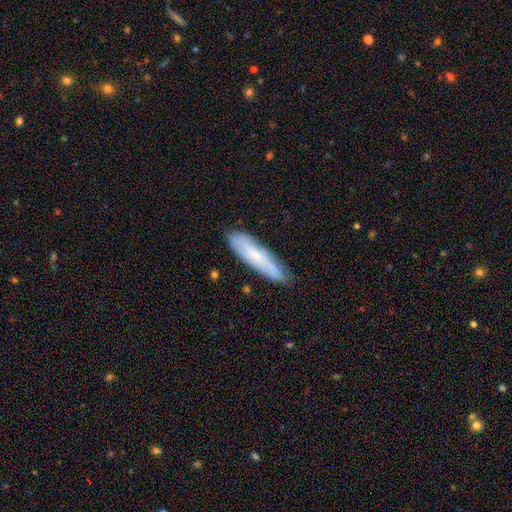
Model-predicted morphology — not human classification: smooth 63%, featured or disk 30%, star or artifact 7%. Down the decision tree: how rounded — cigar-shaped (76%); merging — none (82%).